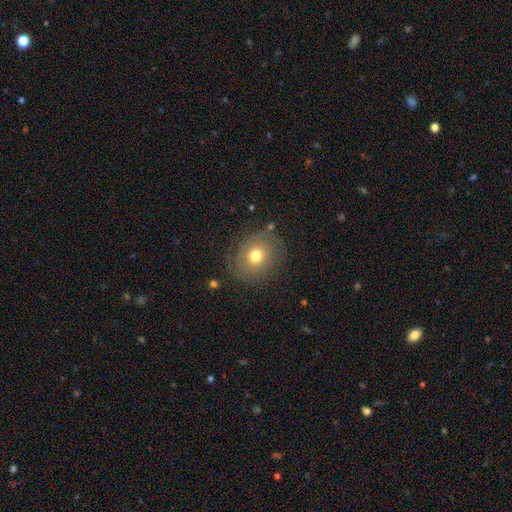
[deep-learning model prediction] Smooth or featured: smooth — 56% (featured or disk — 33%)
How rounded: round — 67% (in between — 32%)
Merging: none — 74% (minor disturbance — 17%)